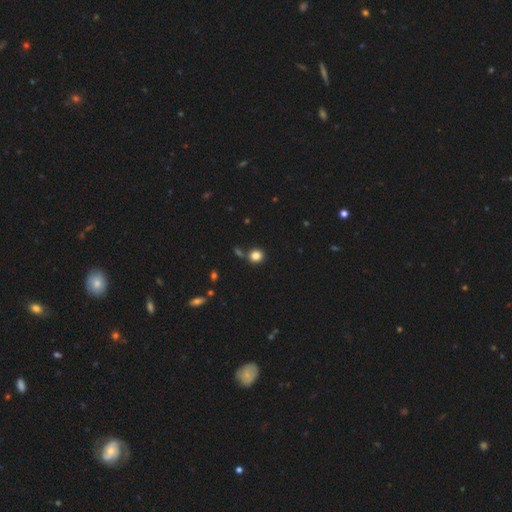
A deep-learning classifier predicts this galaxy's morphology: Smooth or featured: smooth — 83% (star or artifact — 12%)
How rounded: round — 88% (in between — 11%)
Merging: none — 77% (merger — 11%)